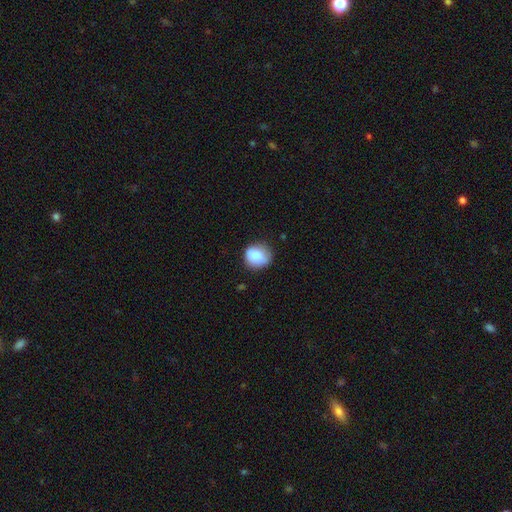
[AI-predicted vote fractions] A smooth galaxy with no disk features (84%) that is round (77%). Merging: none (68%).